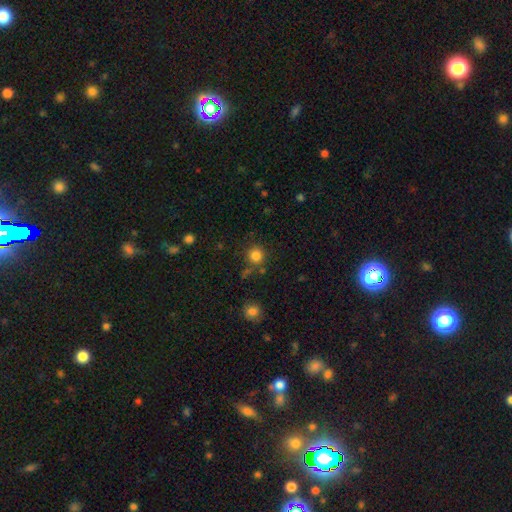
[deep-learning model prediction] Smooth or featured?
  - smooth: 83% *
  - star or artifact: 12%
  - featured or disk: 5%
How rounded?
  - round: 92% *
  - in between: 7%
  - cigar-shaped: 1%
Merging?
  - none: 80% *
  - minor disturbance: 10%
  - merger: 7%
  - major disturbance: 4%